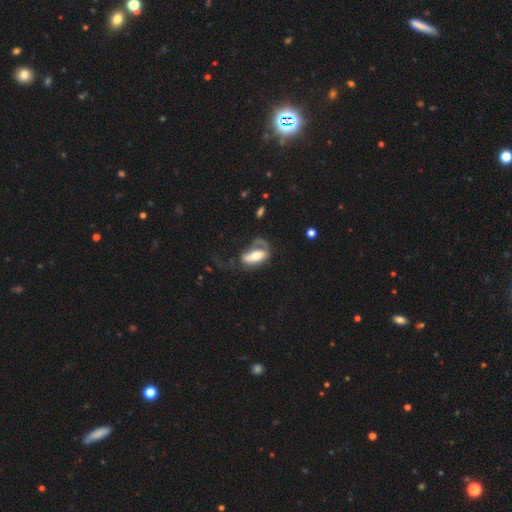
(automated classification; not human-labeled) The model was most divided on "smooth or featured": featured or disk: 47%, smooth: 46%, star or artifact: 7%. More confident: merging — major disturbance (51%).